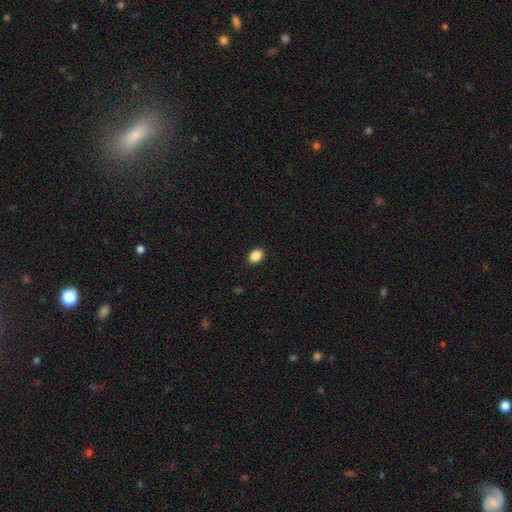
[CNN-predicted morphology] smooth 88%, star or artifact 9%, featured or disk 3%. Down the decision tree: how rounded — in between (72%); merging — none (90%).